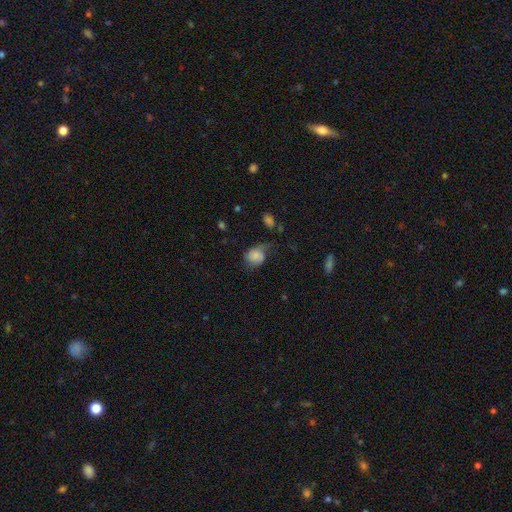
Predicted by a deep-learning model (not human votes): smooth 63%, featured or disk 27%, star or artifact 10%. Down the decision tree: how rounded — round (55%); merging — none (37%).